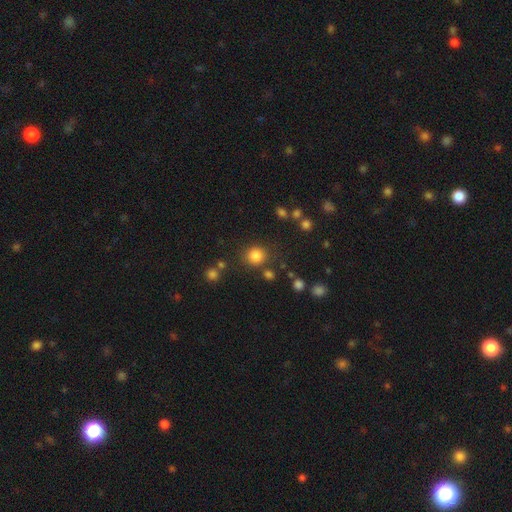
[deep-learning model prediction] Smooth or featured?
  - smooth: 83% *
  - star or artifact: 12%
  - featured or disk: 5%
How rounded?
  - round: 88% *
  - in between: 11%
  - cigar-shaped: 1%
Merging?
  - none: 81% *
  - minor disturbance: 9%
  - merger: 6%
  - major disturbance: 4%